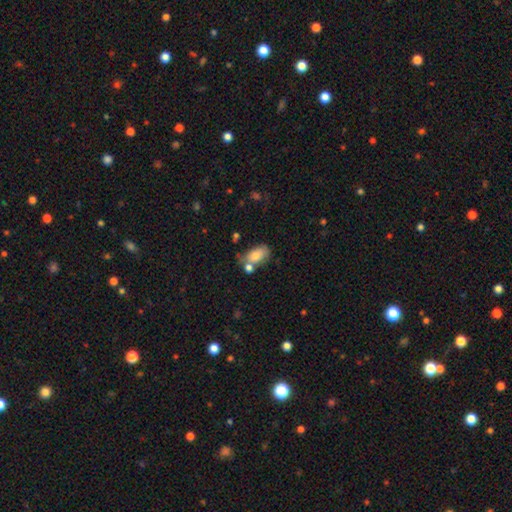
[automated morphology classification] The model was most divided on "merging": none: 46%, merger: 26%, minor disturbance: 20%, major disturbance: 7%. More confident: how rounded — in between (91%); smooth or featured — smooth (79%).